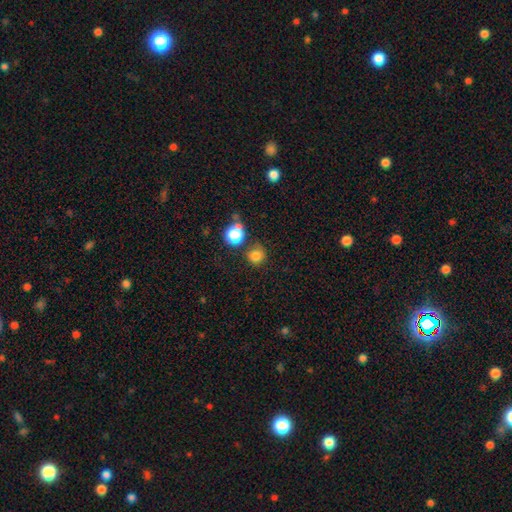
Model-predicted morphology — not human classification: Q: Smooth or featured?
A: smooth (80%); runner-up: star or artifact (14%)
Q: How rounded?
A: round (89%); runner-up: in between (10%)
Q: Merging?
A: none (72%); runner-up: minor disturbance (12%)